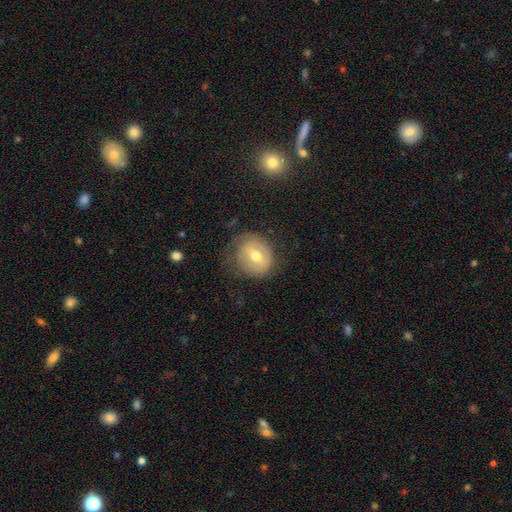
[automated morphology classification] smooth-or-featured: featured or disk: 48% | smooth: 44% | star or artifact: 8%
  merging: none: 68% | minor disturbance: 21% | major disturbance: 10% | merger: 1%